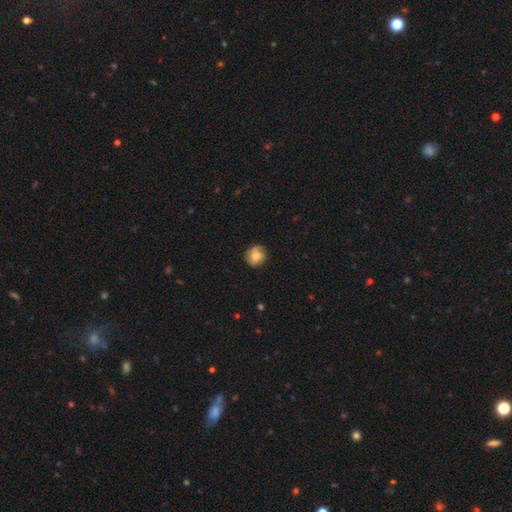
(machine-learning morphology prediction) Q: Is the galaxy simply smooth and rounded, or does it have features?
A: smooth — 71%.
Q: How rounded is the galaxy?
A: round — 87%.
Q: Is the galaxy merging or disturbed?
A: none — 77%.